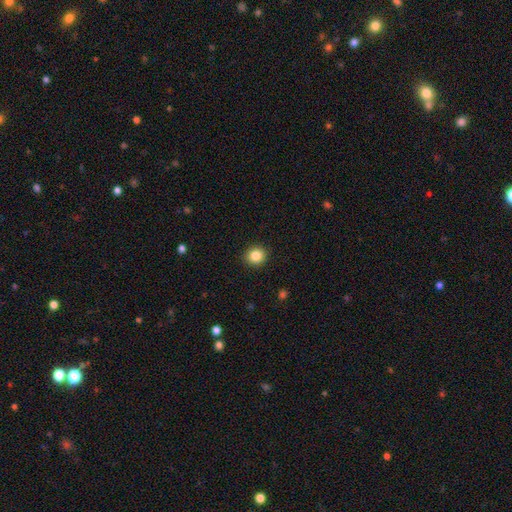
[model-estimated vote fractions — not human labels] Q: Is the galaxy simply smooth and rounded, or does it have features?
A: smooth — 85%.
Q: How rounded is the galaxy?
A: round — 87%.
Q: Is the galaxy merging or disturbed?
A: none — 92%.